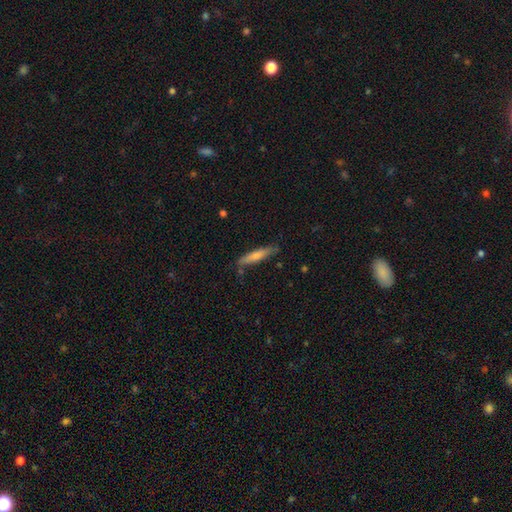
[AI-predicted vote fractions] Smooth or featured: smooth — 65% (featured or disk — 30%)
How rounded: cigar-shaped — 89% (in between — 10%)
Merging: none — 79% (minor disturbance — 15%)